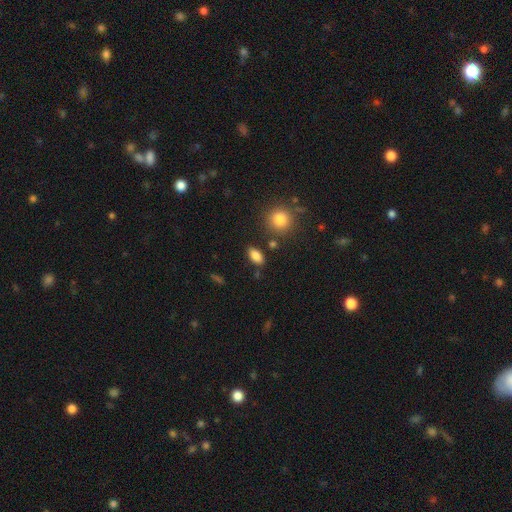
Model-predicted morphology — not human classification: Smooth or featured: smooth — 84% (star or artifact — 9%)
How rounded: in between — 88% (round — 7%)
Merging: none — 82% (minor disturbance — 11%)